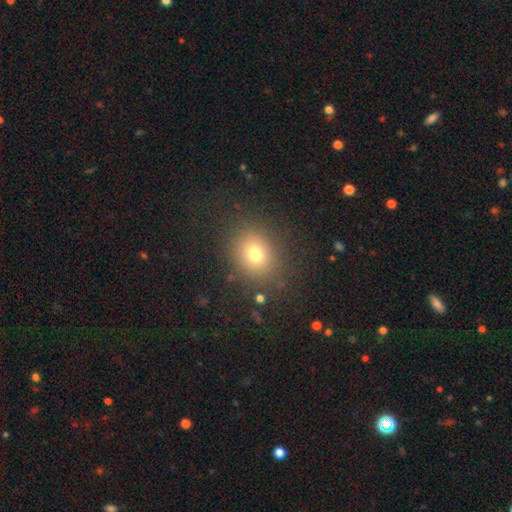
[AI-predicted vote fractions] This appears to be a smooth galaxy with no disk features (74%) that is round (64%). Merging: none (84%).